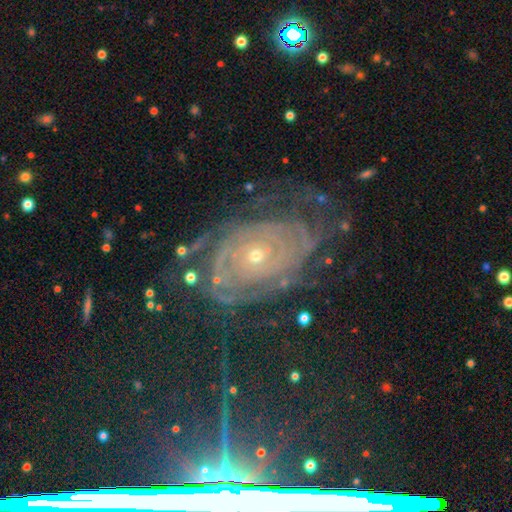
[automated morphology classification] Q: Smooth or featured?
A: featured or disk (79%); runner-up: star or artifact (14%)
Q: Edge-on disk?
A: no (95%); runner-up: yes (5%)
Q: Bar?
A: no (80%); runner-up: weak (15%)
Q: Spiral arms?
A: yes (92%); runner-up: no (8%)
Q: Spiral winding?
A: tight (78%); runner-up: medium (17%)
Q: Spiral arm count?
A: can't tell (46%); runner-up: 2 (18%)
Q: Bulge size?
A: small (73%); runner-up: moderate (23%)
Q: Merging?
A: none (68%); runner-up: minor disturbance (19%)